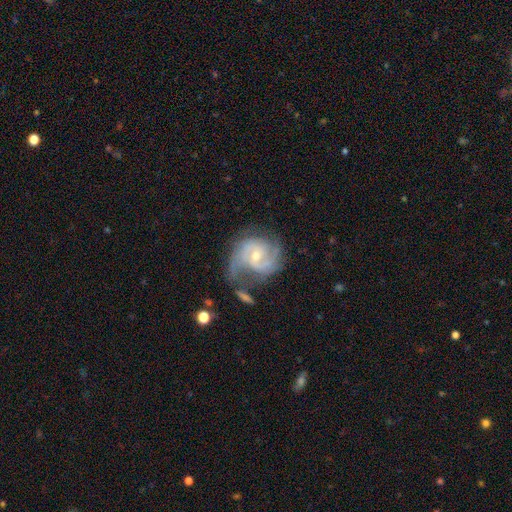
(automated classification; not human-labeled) smooth-or-featured: featured or disk: 84% | smooth: 10% | star or artifact: 6%
  disk-edge-on: no: 98% | yes: 2%
    bar: no: 54% | weak: 38% | strong: 8%
    has-spiral-arms: yes: 94% | no: 6%
      spiral-winding: medium: 46% | tight: 35% | loose: 19%
      spiral-arm-count: 2: 63% | can't tell: 14% | 3: 11% | 1: 6% | 4: 3% | more than 4: 3%
    bulge-size: small: 53% | moderate: 43% | large: 2% | none: 1% | dominant: 1%
  merging: none: 47% | minor disturbance: 24% | major disturbance: 22% | merger: 7%